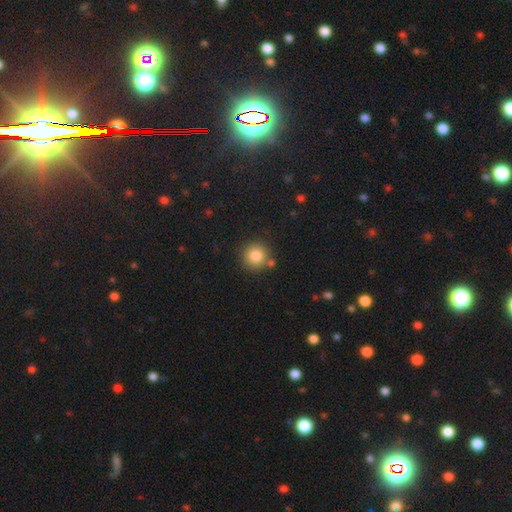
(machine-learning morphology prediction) A smooth galaxy with no disk features (83%) that is round (94%).

Vote fractions:
- Smooth or featured? smooth: 83% / star or artifact: 10% / featured or disk: 7%
- How rounded? round: 94% / in between: 5% / cigar-shaped: 1%
- Merging? none: 81% / minor disturbance: 8% / merger: 8% / major disturbance: 3%